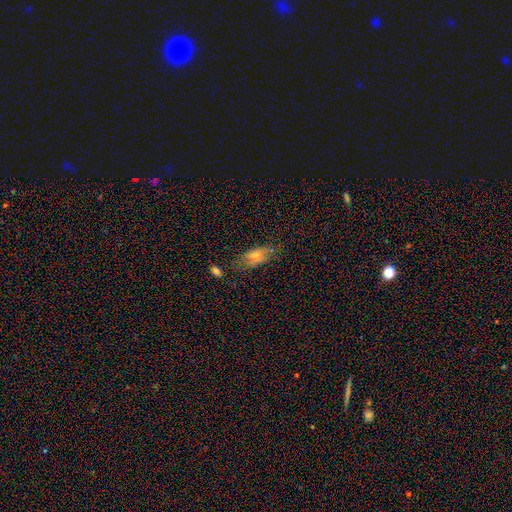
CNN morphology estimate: smooth-or-featured: smooth: 53% | featured or disk: 31% | star or artifact: 16%
  how-rounded: in between: 75% | cigar-shaped: 19% | round: 6%
  merging: none: 68% | minor disturbance: 21% | major disturbance: 7% | merger: 4%